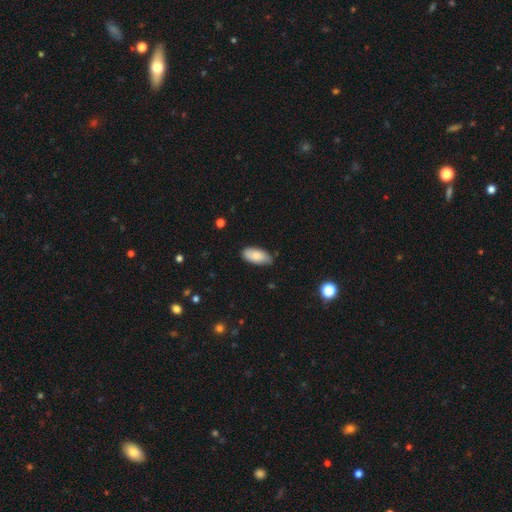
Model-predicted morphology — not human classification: Smooth or featured: smooth — 79% (featured or disk — 14%)
How rounded: in between — 91% (cigar-shaped — 7%)
Merging: none — 78% (minor disturbance — 19%)